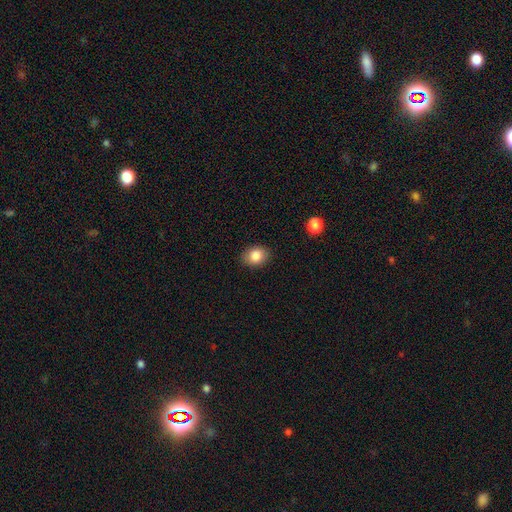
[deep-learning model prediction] smooth_or_featured: smooth (p=0.85) [alt: star or artifact p=0.09]
how_rounded: in between (p=0.57) [alt: round p=0.42]
merging: none (p=0.87) [alt: minor disturbance p=0.10]